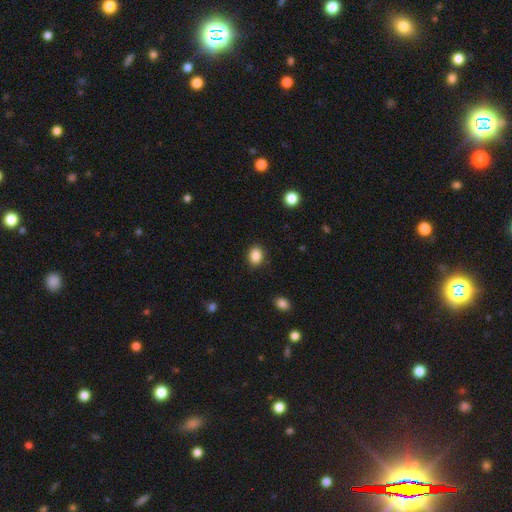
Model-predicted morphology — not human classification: This appears to be a smooth galaxy with no disk features (88%) that is in between round and cigar-shaped (54%). Merging: none (88%).